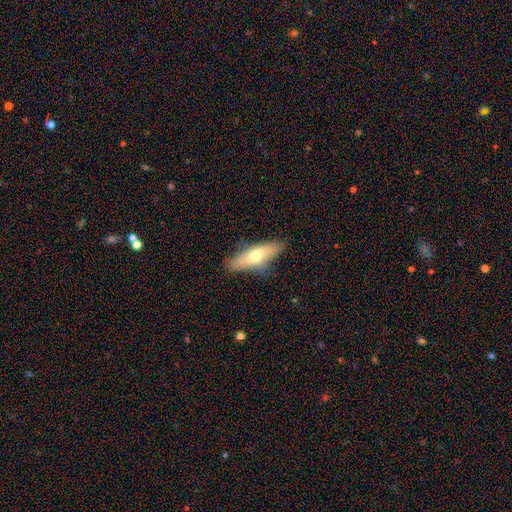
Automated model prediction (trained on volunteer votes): smooth-or-featured: smooth: 58% | featured or disk: 36% | star or artifact: 7%
  how-rounded: in between: 53% | cigar-shaped: 44% | round: 3%
  merging: none: 76% | minor disturbance: 18% | major disturbance: 4% | merger: 2%